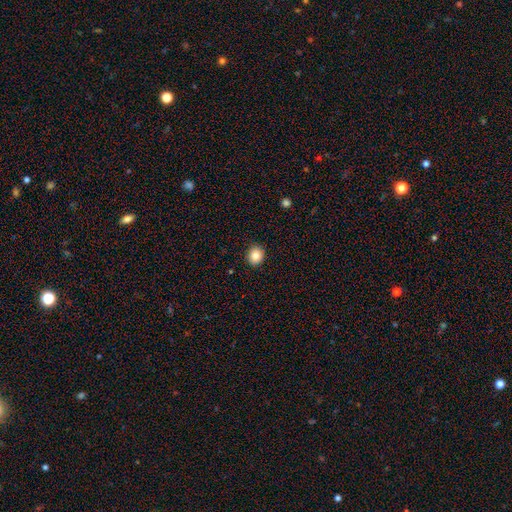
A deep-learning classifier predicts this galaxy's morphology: Smooth or featured?
  - smooth: 86% *
  - star or artifact: 9%
  - featured or disk: 5%
How rounded?
  - round: 72% *
  - in between: 27%
  - cigar-shaped: 1%
Merging?
  - none: 91% *
  - minor disturbance: 6%
  - major disturbance: 2%
  - merger: 1%